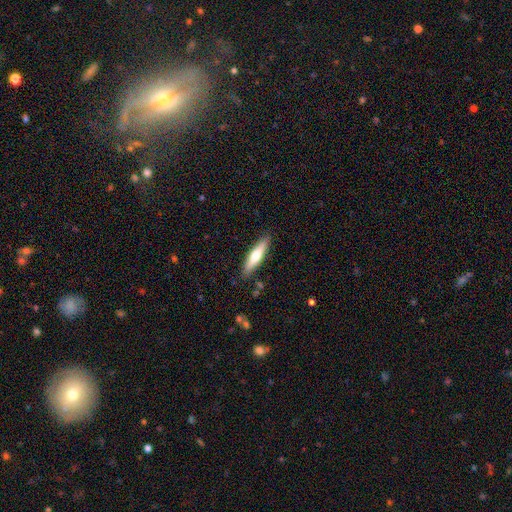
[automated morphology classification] This is possibly a smooth galaxy (55%). How rounded: likely cigar-shaped (78%). Merging: clearly none (87%).